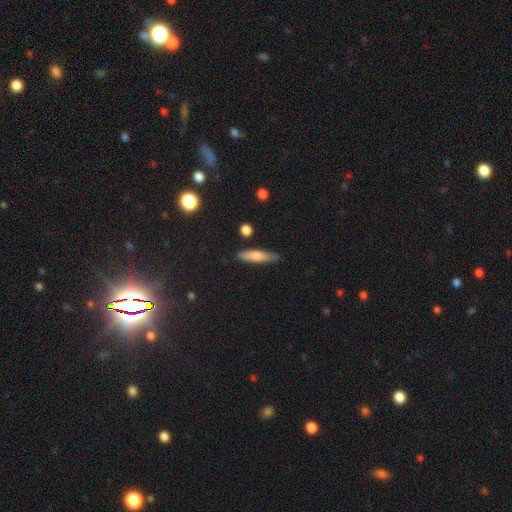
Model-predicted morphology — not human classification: Q: Smooth or featured?
A: smooth (68%); runner-up: featured or disk (24%)
Q: How rounded?
A: cigar-shaped (77%); runner-up: in between (20%)
Q: Merging?
A: none (80%); runner-up: minor disturbance (15%)